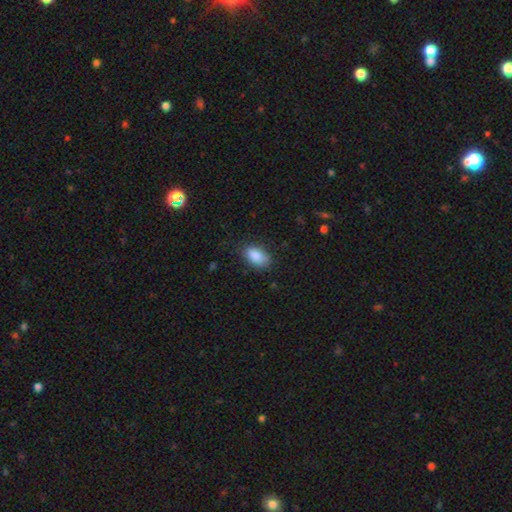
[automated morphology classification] The model was most divided on "merging": none: 78%, minor disturbance: 17%, major disturbance: 4%, merger: 1%. More confident: how rounded — in between (91%); smooth or featured — smooth (88%).